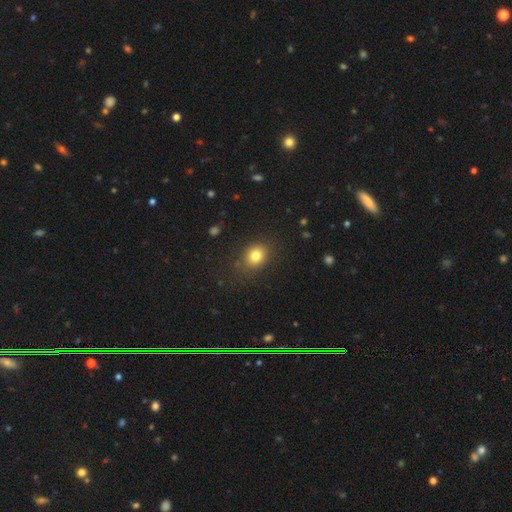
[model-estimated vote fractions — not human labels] This is likely a smooth galaxy (80%). How rounded: possibly round (60%). Merging: clearly none (81%).